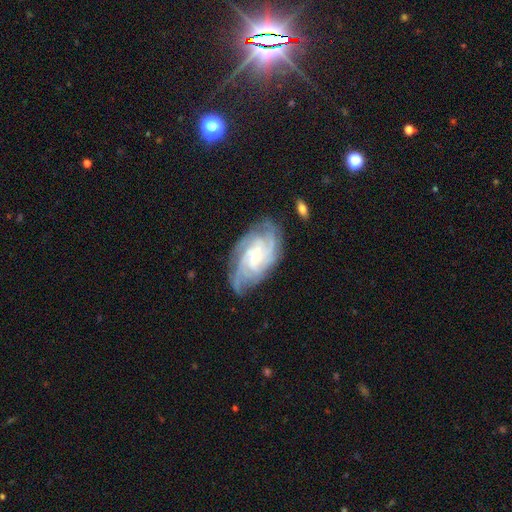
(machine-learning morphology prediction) featured or disk 88%, smooth 7%, star or artifact 5%. Down the decision tree: edge-on disk — no (96%); bar — no (58%); spiral arms — yes (98%); spiral arm count — 4 (36%); spiral winding — tight (68%); bulge size — small (66%); merging — none (78%).